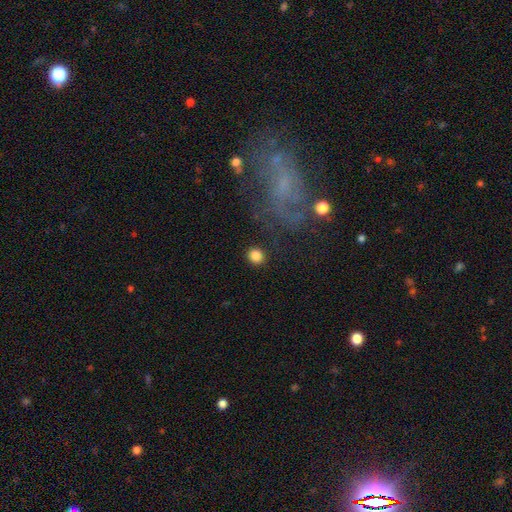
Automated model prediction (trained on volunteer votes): Smooth or featured: smooth — 84% (star or artifact — 11%)
How rounded: round — 84% (in between — 15%)
Merging: none — 87% (minor disturbance — 7%)